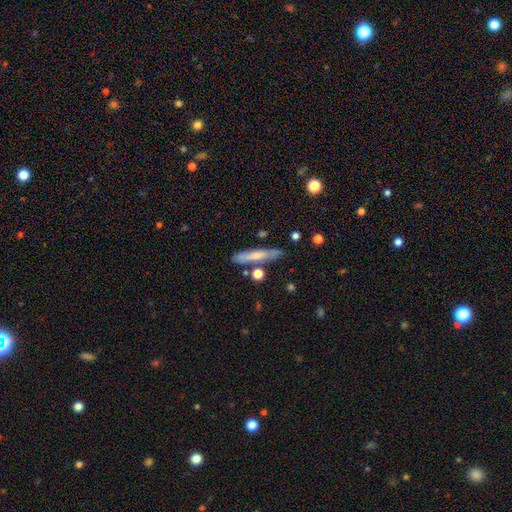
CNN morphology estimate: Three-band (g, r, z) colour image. It shows a smooth galaxy with no disk features (63%) that is cigar-shaped (88%). Merging: none (77%).